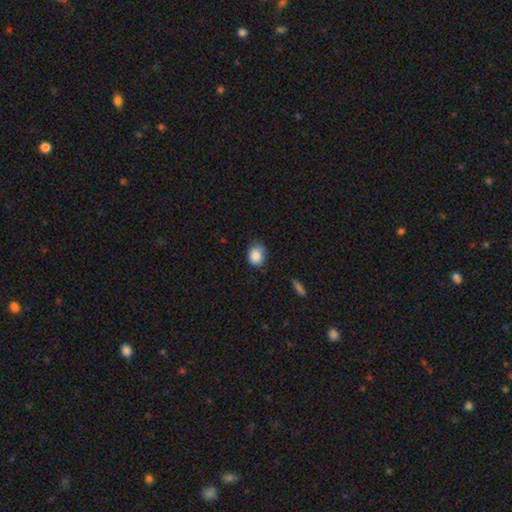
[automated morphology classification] Overall: smooth (87%). How rounded: round (53%; in between 46%). Merging: none (66%; minor disturbance 28%).